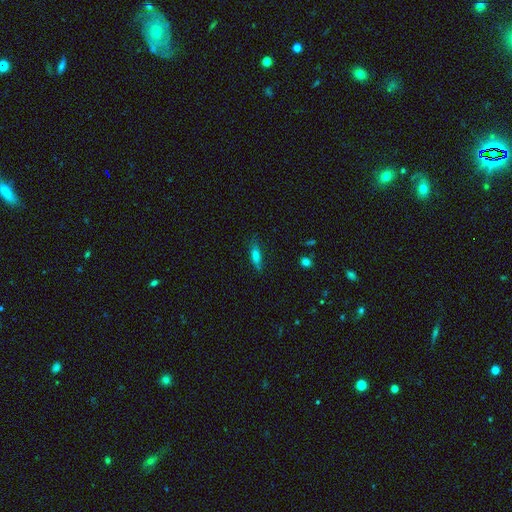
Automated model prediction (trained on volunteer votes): A smooth galaxy with no disk features (65%) that is cigar-shaped (58%).

Vote fractions:
- Smooth or featured? smooth: 65% / featured or disk: 26% / star or artifact: 9%
- How rounded? cigar-shaped: 58% / in between: 39% / round: 3%
- Merging? none: 75% / minor disturbance: 19% / major disturbance: 4% / merger: 2%